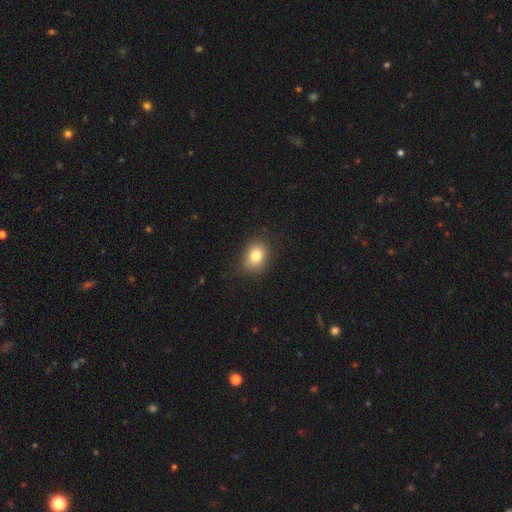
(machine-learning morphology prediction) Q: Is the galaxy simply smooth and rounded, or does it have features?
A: smooth — 80%.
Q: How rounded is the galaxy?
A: in between — 61%.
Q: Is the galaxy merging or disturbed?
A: none — 82%.